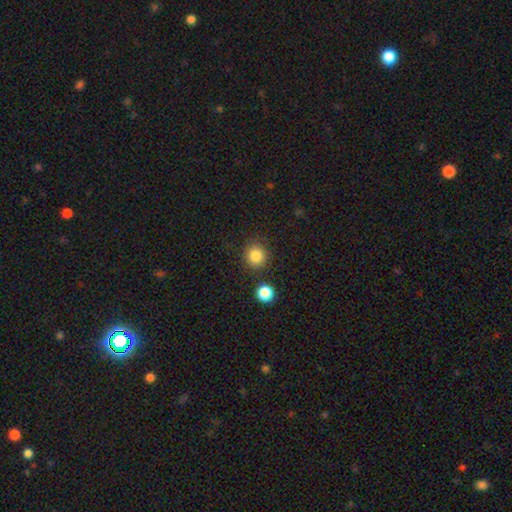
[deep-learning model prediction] A smooth galaxy with no disk features (85%) that is round (90%).

Vote fractions:
- Smooth or featured? smooth: 85% / star or artifact: 11% / featured or disk: 5%
- How rounded? round: 90% / in between: 9% / cigar-shaped: 1%
- Merging? none: 85% / minor disturbance: 8% / merger: 4% / major disturbance: 3%